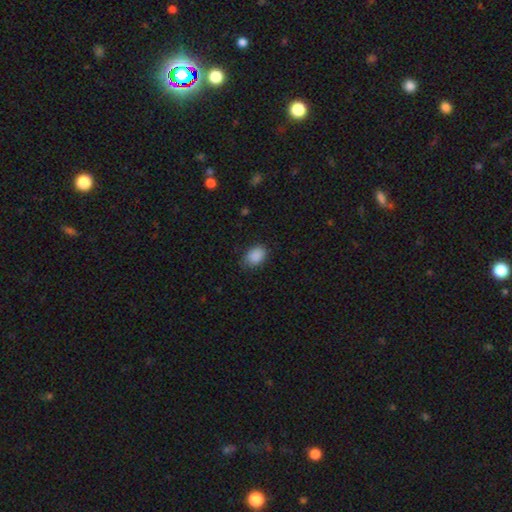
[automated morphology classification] Smooth or featured? Predicted: smooth (p=0.89). How rounded? Predicted: in between (p=0.77). Merging? Predicted: none (p=0.78).